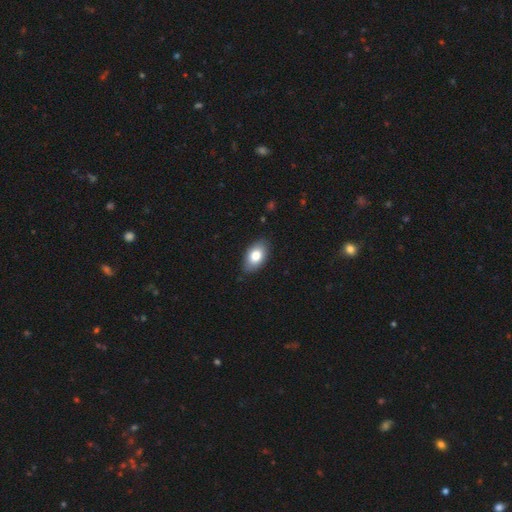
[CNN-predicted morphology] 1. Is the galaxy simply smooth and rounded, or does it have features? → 79% smooth, 14% featured or disk, 7% star or artifact.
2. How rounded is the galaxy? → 92% in between, 6% round, 2% cigar-shaped.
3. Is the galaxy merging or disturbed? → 84% none, 13% minor disturbance, 2% major disturbance, 1% merger.